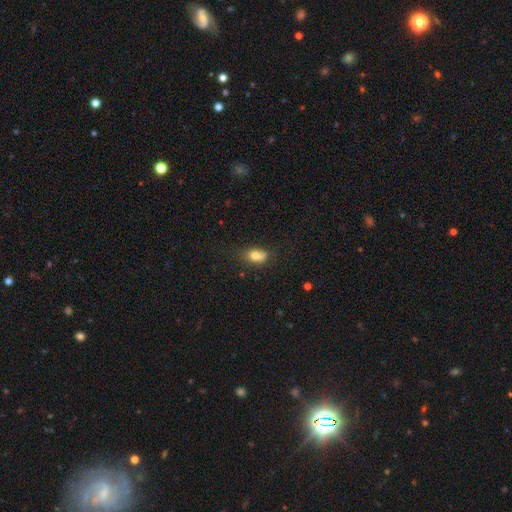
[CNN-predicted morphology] Smooth or featured? Predicted: smooth (p=0.75). How rounded? Predicted: in between (p=0.75). Merging? Predicted: none (p=0.48).